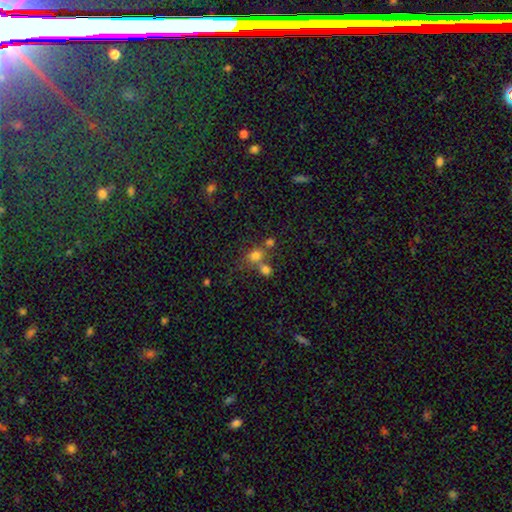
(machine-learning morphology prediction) This appears to be a smooth galaxy with no disk features (72%) that is round (68%). Merging: none (44%).